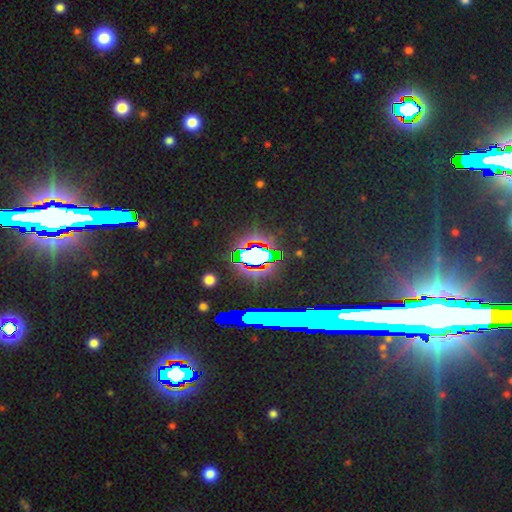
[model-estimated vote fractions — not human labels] Morphology: type=star or artifact (65%).